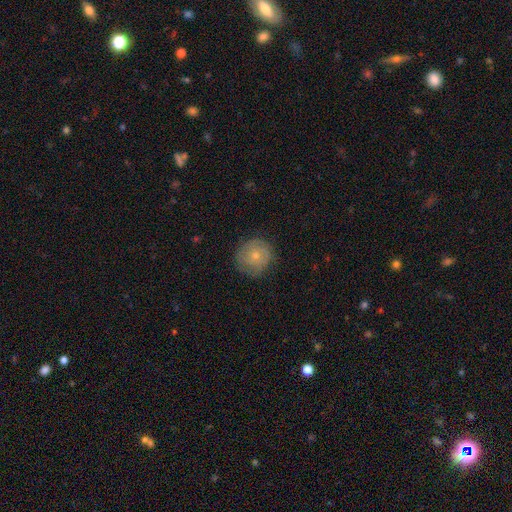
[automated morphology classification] Q: Smooth or featured?
A: smooth (58%); runner-up: featured or disk (35%)
Q: How rounded?
A: round (92%); runner-up: in between (7%)
Q: Merging?
A: none (76%); runner-up: minor disturbance (18%)